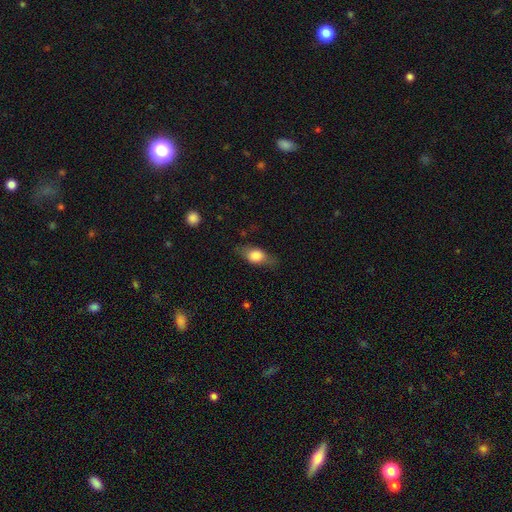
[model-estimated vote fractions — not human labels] Smooth or featured: smooth — 69% (featured or disk — 24%)
How rounded: in between — 76% (round — 13%)
Merging: none — 70% (minor disturbance — 21%)